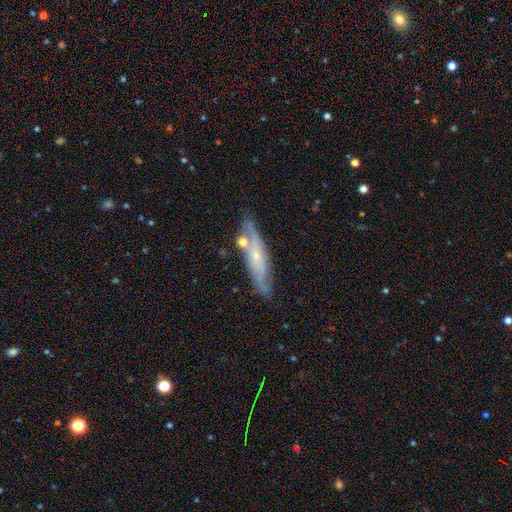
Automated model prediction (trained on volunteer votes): This is likely a featured or disk galaxy (65%). It is possibly viewed edge-on (54%). Merging: likely none (71%).